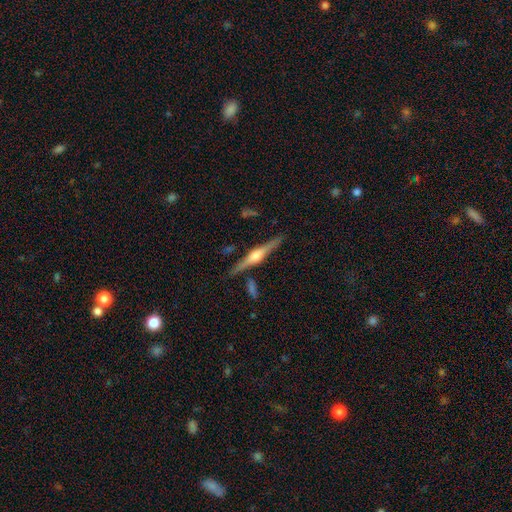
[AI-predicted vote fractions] Smooth or featured? featured or disk (80%)
Edge-on disk? yes (98%)
Edge-on bulge? rounded (90%)
Merging? none (87%)